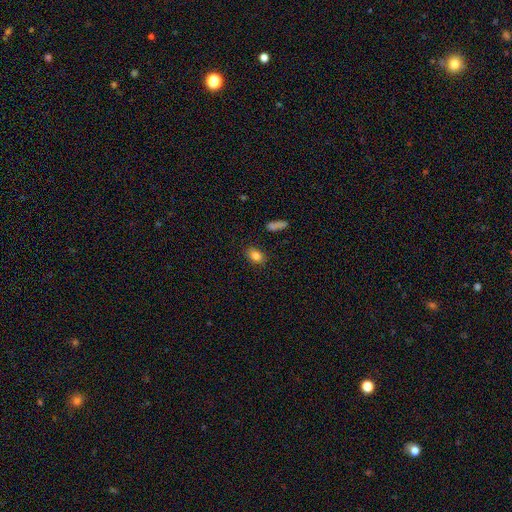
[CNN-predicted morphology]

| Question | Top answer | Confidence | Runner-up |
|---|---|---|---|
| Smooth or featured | smooth | 84% | star or artifact (10%) |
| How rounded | in between | 75% | round (23%) |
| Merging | none | 85% | minor disturbance (10%) |